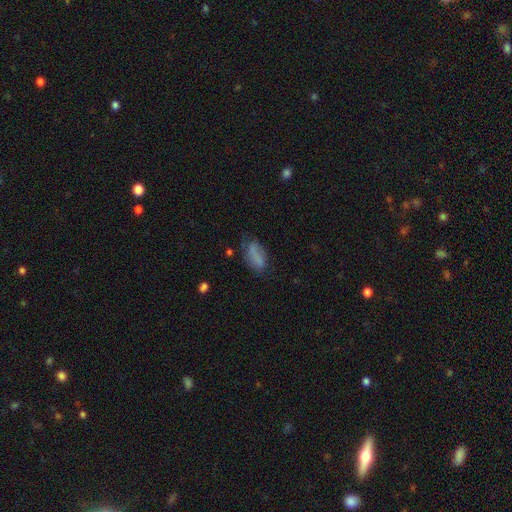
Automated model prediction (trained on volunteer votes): Smooth or featured: smooth — 75% (featured or disk — 15%)
How rounded: in between — 85% (cigar-shaped — 10%)
Merging: none — 53% (minor disturbance — 29%)